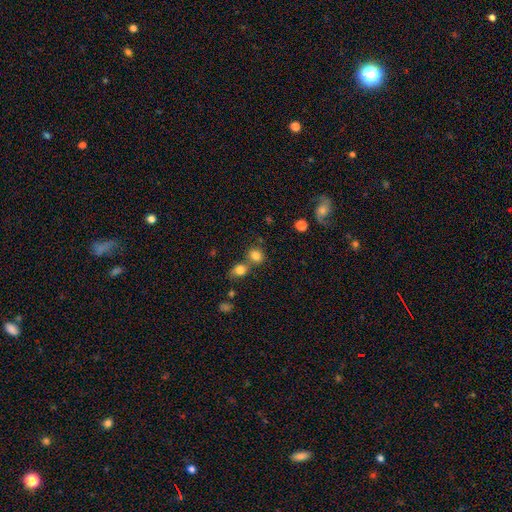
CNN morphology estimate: smooth-or-featured: smooth: 81% | star or artifact: 12% | featured or disk: 7%
  how-rounded: round: 70% | in between: 29% | cigar-shaped: 1%
  merging: none: 52% | merger: 35% | minor disturbance: 9% | major disturbance: 4%